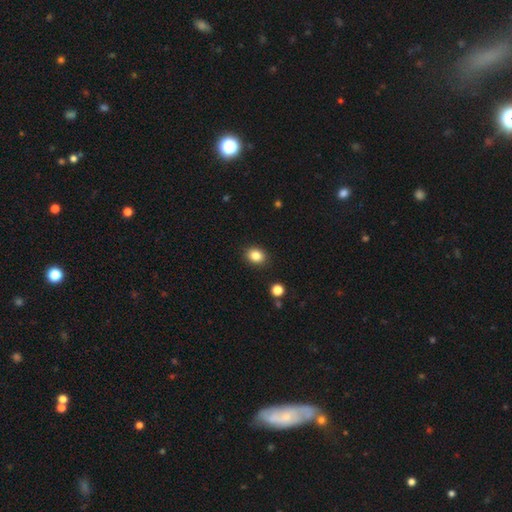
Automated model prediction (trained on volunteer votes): Smooth or featured? smooth (84%)
How rounded? in between (53%)
Merging? none (89%)